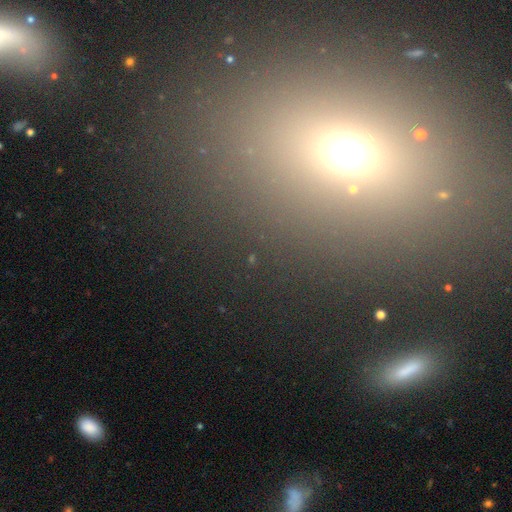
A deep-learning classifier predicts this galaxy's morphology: Smooth or featured? smooth (52%)
How rounded? in between (52%)
Merging? none (79%)